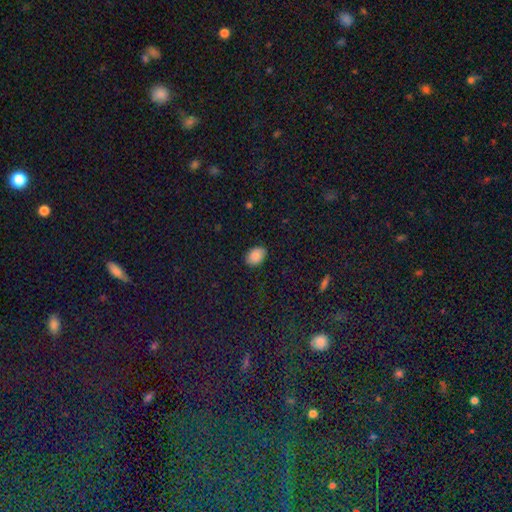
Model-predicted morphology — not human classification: This is clearly a smooth galaxy (87%). How rounded: clearly in between (81%). Merging: clearly none (85%).